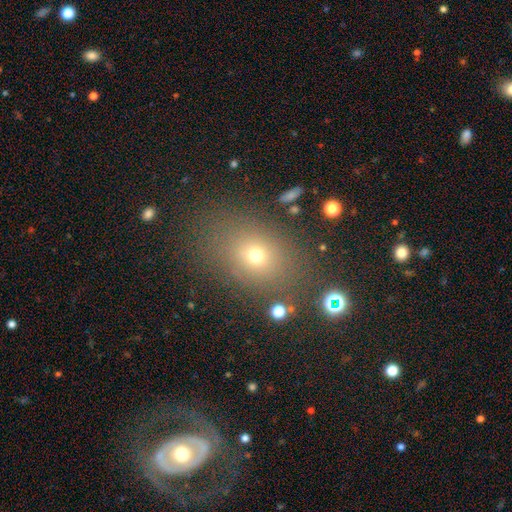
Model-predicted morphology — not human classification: smooth-or-featured: smooth: 65% | star or artifact: 21% | featured or disk: 14%
  how-rounded: in between: 58% | round: 41% | cigar-shaped: 1%
  merging: none: 78% | minor disturbance: 12% | major disturbance: 7% | merger: 3%